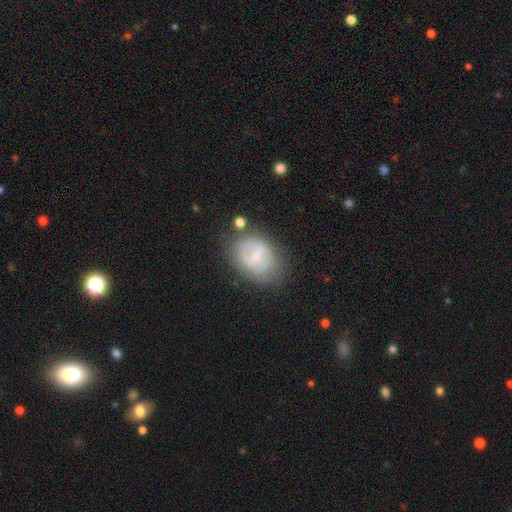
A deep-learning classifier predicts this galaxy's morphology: Q: Smooth or featured?
A: featured or disk (54%); runner-up: smooth (38%)
Q: Edge-on disk?
A: no (96%); runner-up: yes (4%)
Q: Bar?
A: weak (51%); runner-up: strong (26%)
Q: Spiral arms?
A: yes (57%); runner-up: no (43%)
Q: Bulge size?
A: small (55%); runner-up: moderate (21%)
Q: Merging?
A: none (67%); runner-up: minor disturbance (21%)